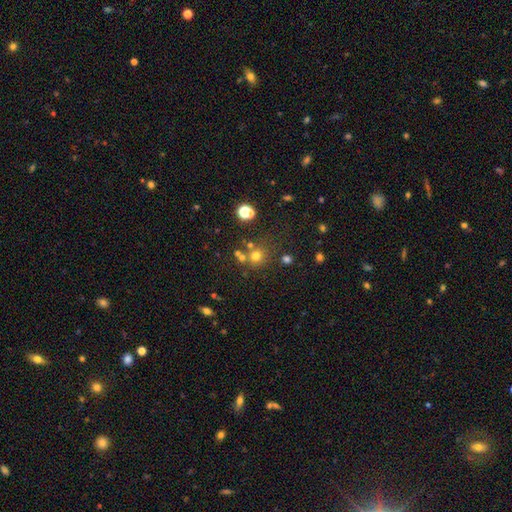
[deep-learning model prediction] Smooth or featured? smooth (67%)
How rounded? round (85%)
Merging? none (66%)